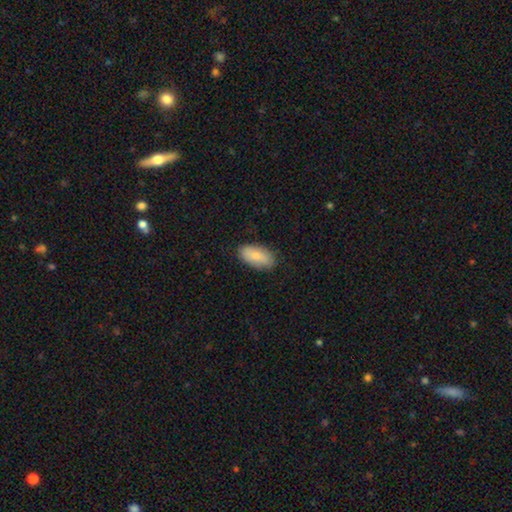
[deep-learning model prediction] A smooth galaxy with no disk features (79%) that is in between round and cigar-shaped (92%).

Vote fractions:
- Smooth or featured? smooth: 79% / featured or disk: 15% / star or artifact: 6%
- How rounded? in between: 92% / cigar-shaped: 5% / round: 3%
- Merging? none: 83% / minor disturbance: 13% / major disturbance: 2% / merger: 1%